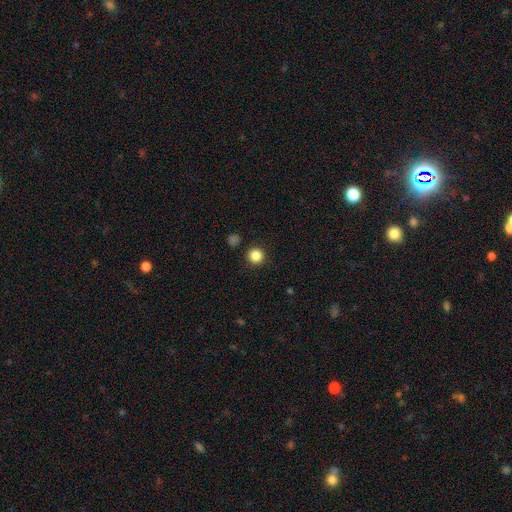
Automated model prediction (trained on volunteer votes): Smooth or featured?
  - smooth: 86% *
  - star or artifact: 11%
  - featured or disk: 3%
How rounded?
  - round: 95% *
  - in between: 4%
  - cigar-shaped: 1%
Merging?
  - none: 91% *
  - minor disturbance: 5%
  - major disturbance: 2%
  - merger: 2%